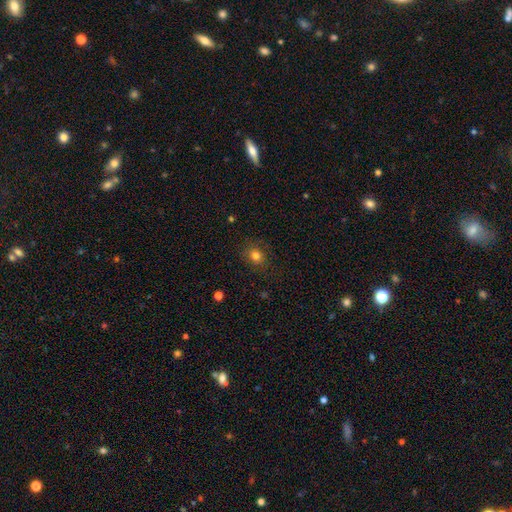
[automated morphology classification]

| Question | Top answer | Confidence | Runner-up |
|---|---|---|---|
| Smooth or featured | smooth | 80% | star or artifact (13%) |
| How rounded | round | 68% | in between (31%) |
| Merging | none | 83% | minor disturbance (12%) |